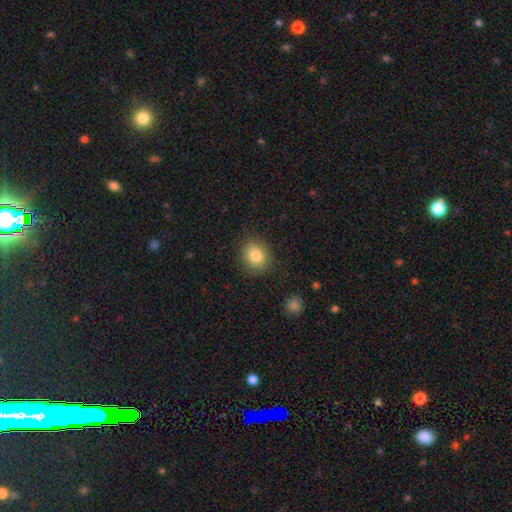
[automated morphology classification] Smooth or featured? Predicted: smooth (p=0.82). How rounded? Predicted: round (p=0.75). Merging? Predicted: none (p=0.86).